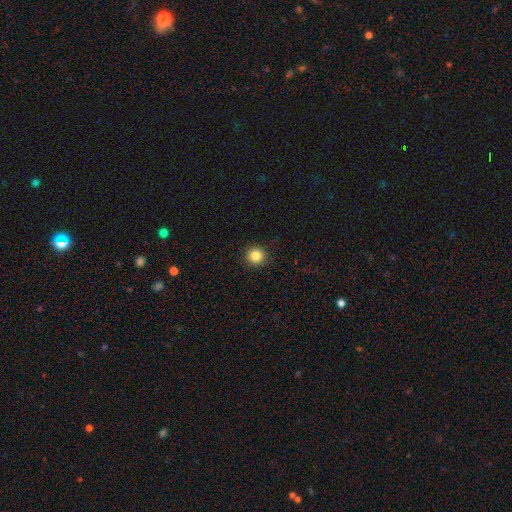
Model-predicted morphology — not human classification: This is clearly a smooth galaxy (84%). How rounded: clearly round (94%). Merging: clearly none (92%).